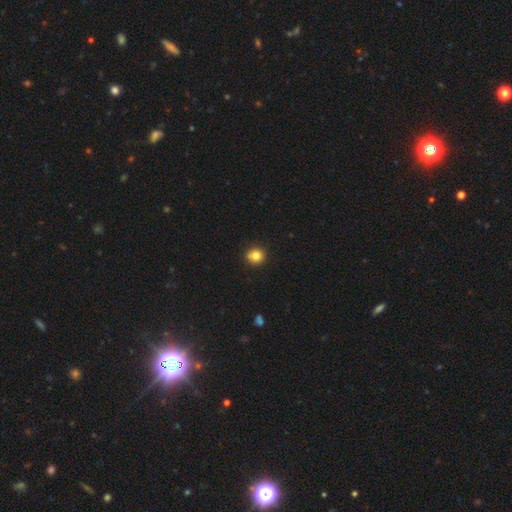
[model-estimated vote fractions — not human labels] smooth-or-featured: smooth: 80% | star or artifact: 12% | featured or disk: 8%
  how-rounded: round: 89% | in between: 10% | cigar-shaped: 1%
  merging: none: 78% | minor disturbance: 13% | merger: 6% | major disturbance: 3%